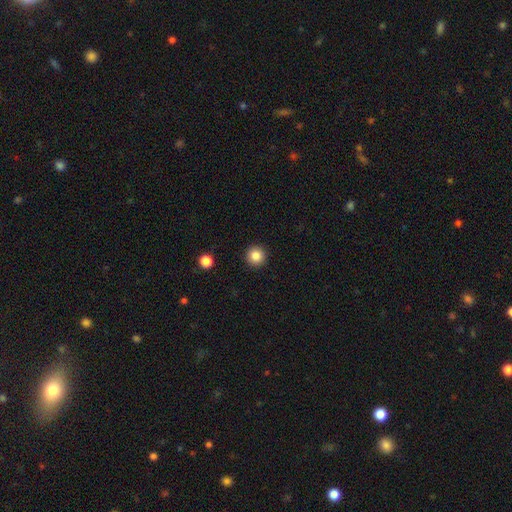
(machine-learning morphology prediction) A smooth galaxy with no disk features (85%) that is round (96%). Merging: none (93%).